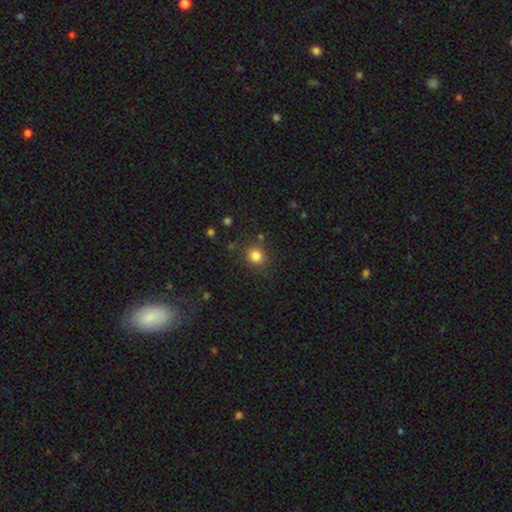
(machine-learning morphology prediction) Smooth or featured? smooth (83%)
How rounded? round (81%)
Merging? none (81%)